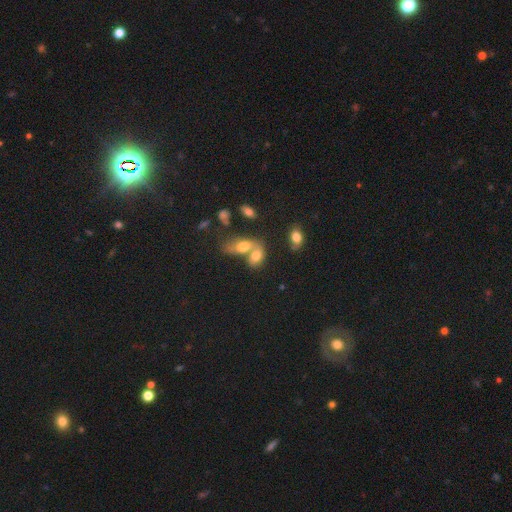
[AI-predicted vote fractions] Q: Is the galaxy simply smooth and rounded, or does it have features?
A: smooth — 70%.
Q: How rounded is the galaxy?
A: in between — 79%.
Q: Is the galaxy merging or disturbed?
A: merger — 65%.